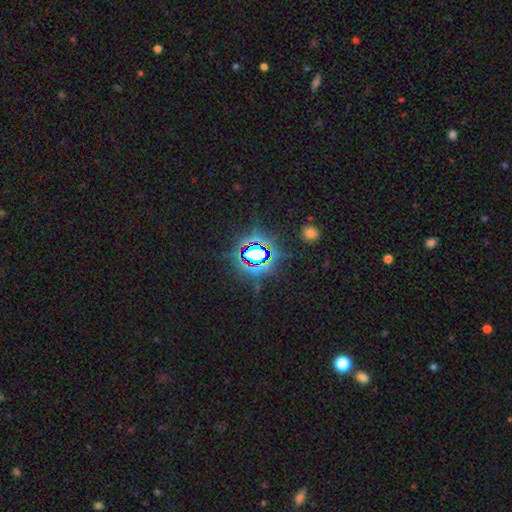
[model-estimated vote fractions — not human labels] Smooth or featured? Predicted: star or artifact (p=0.79).